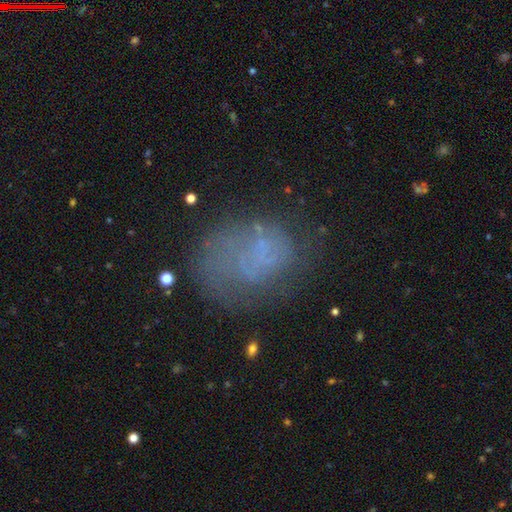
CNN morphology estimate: The model was most divided on "smooth or featured": smooth: 41%, featured or disk: 40%, star or artifact: 18%. More confident: merging — none (50%).